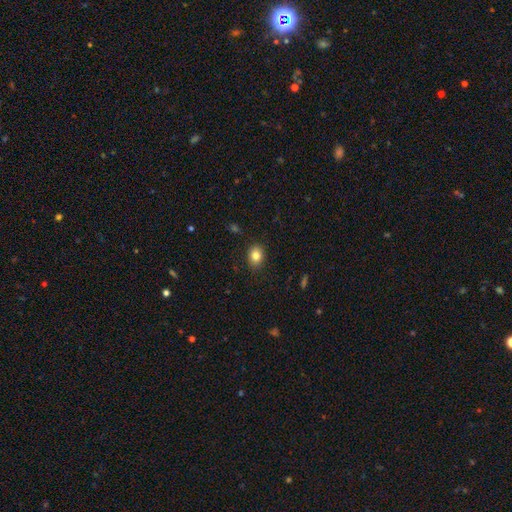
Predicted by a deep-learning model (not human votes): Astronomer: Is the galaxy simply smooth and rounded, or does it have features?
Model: smooth — 83%.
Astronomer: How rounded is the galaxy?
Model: in between — 61% (runner-up: round, 38%).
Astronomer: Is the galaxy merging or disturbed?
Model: none — 88%.